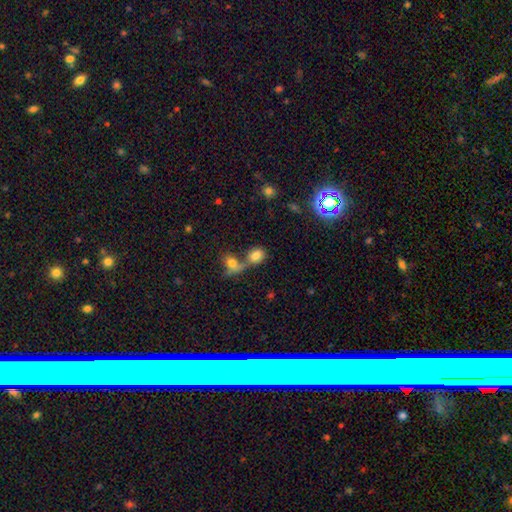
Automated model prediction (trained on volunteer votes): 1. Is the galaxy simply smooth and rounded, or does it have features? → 78% smooth, 12% star or artifact, 10% featured or disk.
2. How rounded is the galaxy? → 58% in between, 39% round, 2% cigar-shaped.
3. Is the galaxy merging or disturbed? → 45% merger, 39% none, 10% minor disturbance, 6% major disturbance.